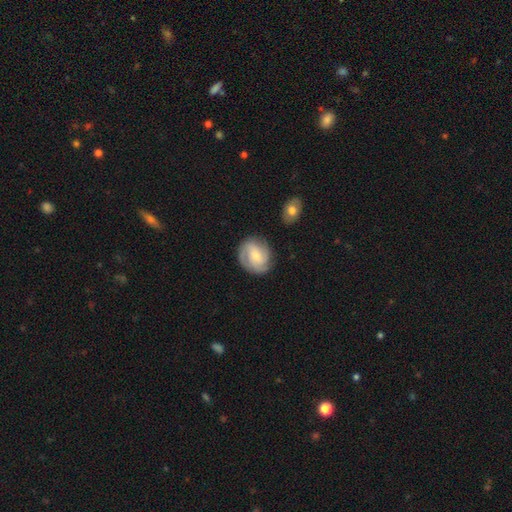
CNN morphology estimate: type=featured or disk (73%); edge-on=no (97%); bar=no (47%); spiral arms=yes (94%); winding=tight (51%); arm count=3 (41%); bulge=small (52%); merging=none (79%).